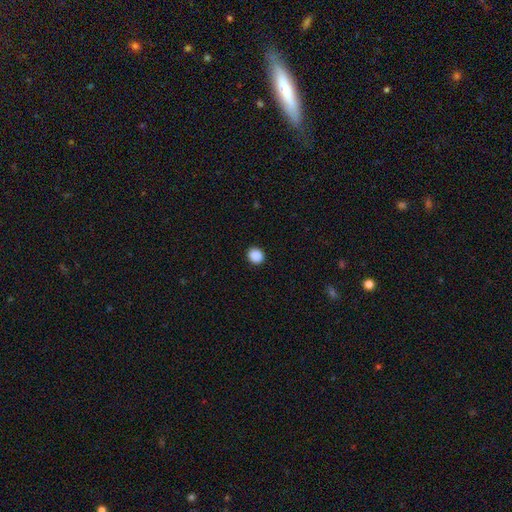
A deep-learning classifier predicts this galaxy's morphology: This is clearly a smooth galaxy (89%). How rounded: likely round (77%). Merging: clearly none (91%).